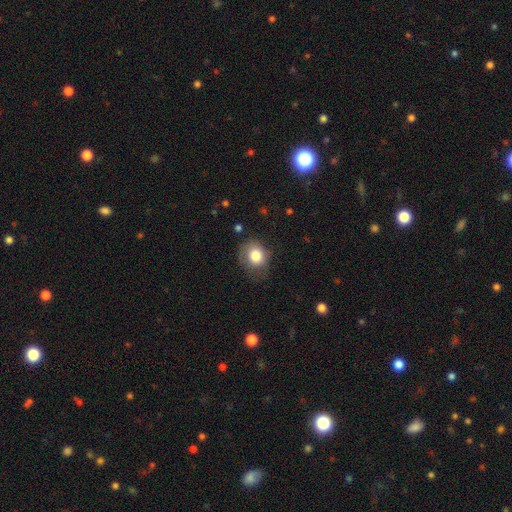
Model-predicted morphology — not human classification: This appears to be a smooth galaxy with no disk features (80%) that is round (70%). Merging: none (64%).